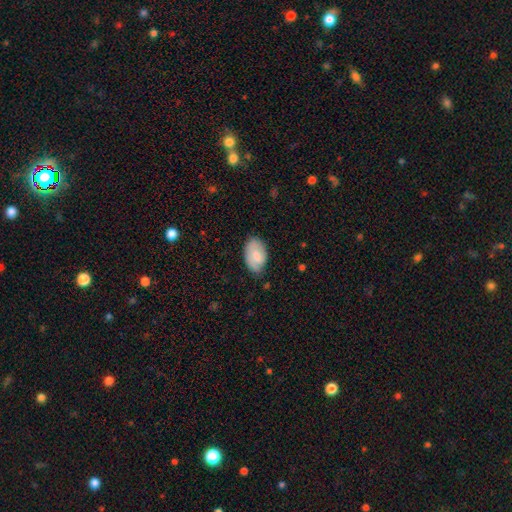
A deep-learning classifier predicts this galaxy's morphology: The model was most divided on "smooth or featured": smooth: 64%, featured or disk: 30%, star or artifact: 6%. More confident: how rounded — in between (91%); merging — none (69%).